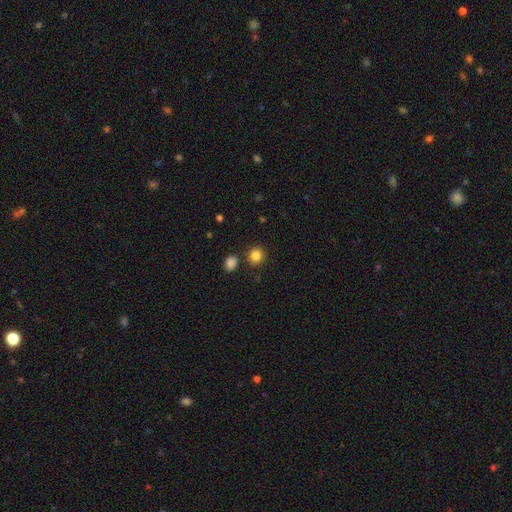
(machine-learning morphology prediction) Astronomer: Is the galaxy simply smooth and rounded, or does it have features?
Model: smooth — 85%.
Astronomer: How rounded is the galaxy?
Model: round — 82%.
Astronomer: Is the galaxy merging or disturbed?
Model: none — 83%.